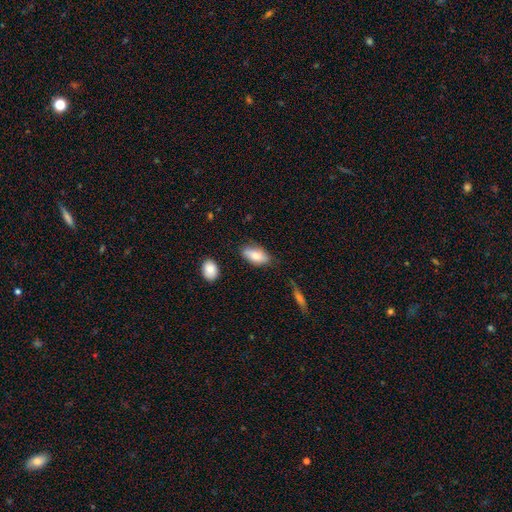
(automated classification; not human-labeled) Q: Smooth or featured?
A: smooth (77%); runner-up: featured or disk (16%)
Q: How rounded?
A: in between (86%); runner-up: cigar-shaped (11%)
Q: Merging?
A: none (73%); runner-up: minor disturbance (20%)